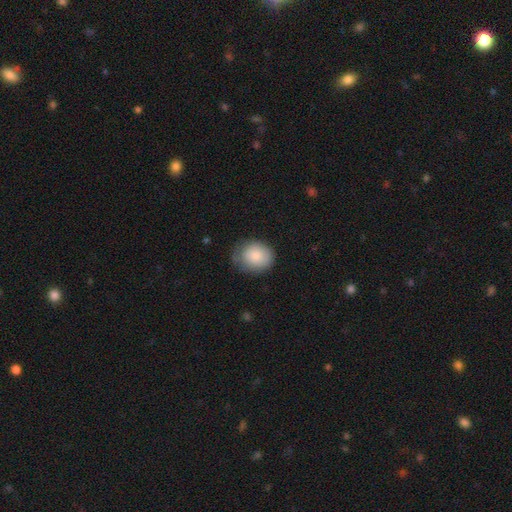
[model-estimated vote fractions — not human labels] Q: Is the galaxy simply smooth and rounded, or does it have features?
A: smooth — 85%.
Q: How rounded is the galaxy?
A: round — 63%.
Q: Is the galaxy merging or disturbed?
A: none — 67%.